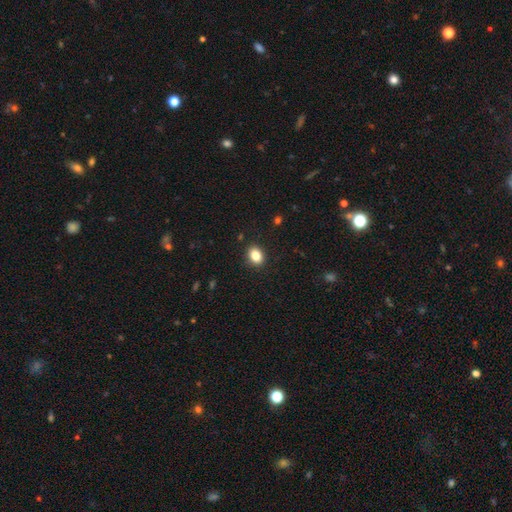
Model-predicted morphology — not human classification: A smooth galaxy with no disk features (85%) that is in between round and cigar-shaped (65%).

Vote fractions:
- Smooth or featured? smooth: 85% / star or artifact: 9% / featured or disk: 6%
- How rounded? in between: 65% / round: 34% / cigar-shaped: 1%
- Merging? none: 89% / minor disturbance: 8% / major disturbance: 2% / merger: 1%